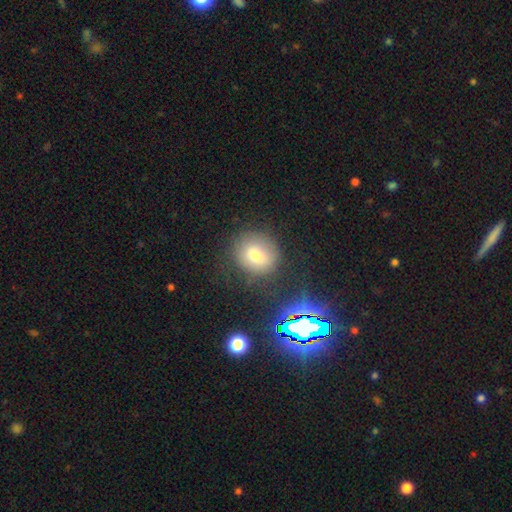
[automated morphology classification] This appears to be a smooth galaxy with no disk features (70%) that is round (78%). Merging: none (79%).